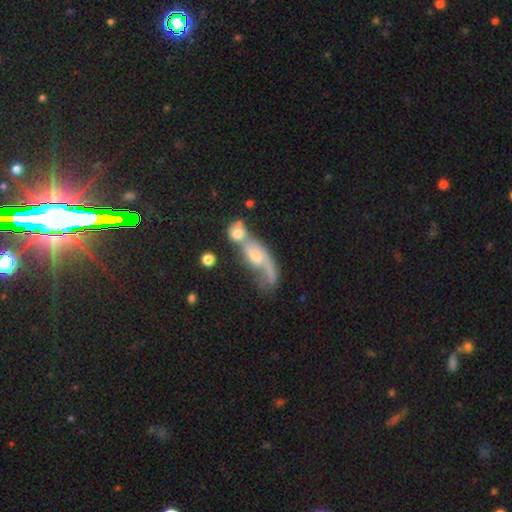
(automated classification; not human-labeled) smooth-or-featured: featured or disk: 59% | smooth: 26% | star or artifact: 15%
  disk-edge-on: no: 84% | yes: 16%
  merging: merger: 54% | none: 20% | major disturbance: 16% | minor disturbance: 11%